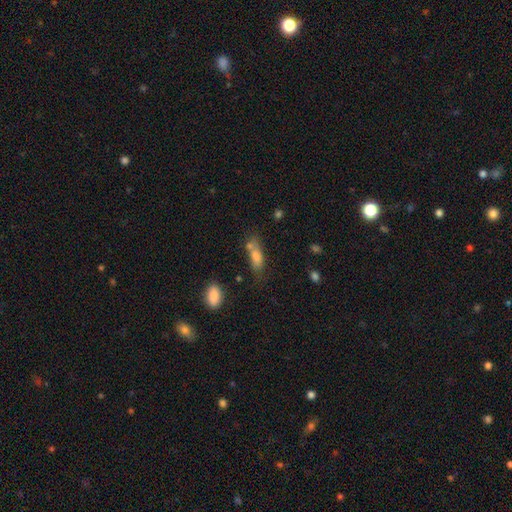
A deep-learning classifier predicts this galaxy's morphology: A smooth galaxy with no disk features (68%) that is in between round and cigar-shaped (56%).

Vote fractions:
- Smooth or featured? smooth: 68% / featured or disk: 18% / star or artifact: 14%
- How rounded? in between: 56% / cigar-shaped: 39% / round: 5%
- Merging? none: 49% / merger: 22% / minor disturbance: 19% / major disturbance: 10%